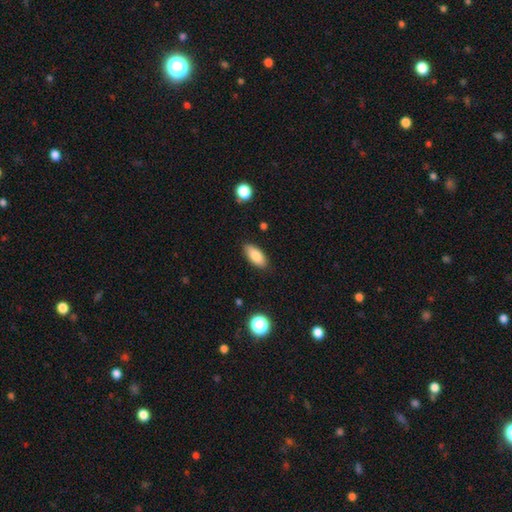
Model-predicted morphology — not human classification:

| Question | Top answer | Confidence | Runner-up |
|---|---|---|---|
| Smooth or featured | smooth | 83% | featured or disk (10%) |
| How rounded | in between | 87% | cigar-shaped (10%) |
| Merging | none | 85% | minor disturbance (11%) |